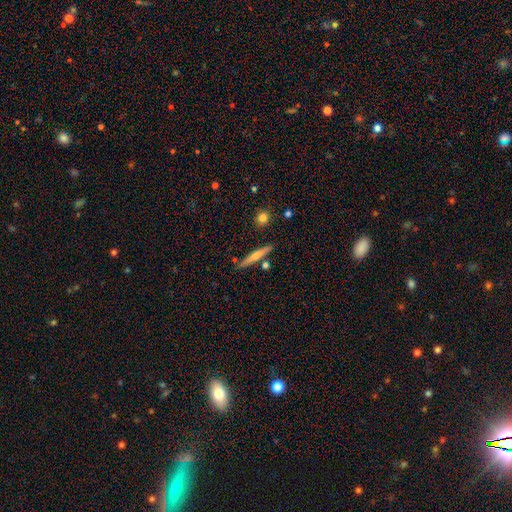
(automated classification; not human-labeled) Overall: featured or disk (51%; smooth 42%). Edge-on disk: yes (96%). Merging: none (85%).